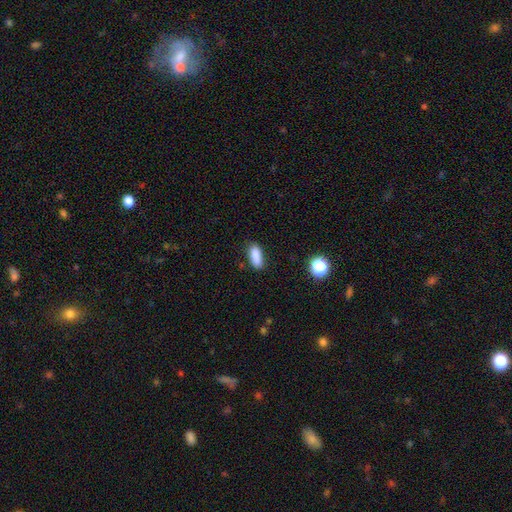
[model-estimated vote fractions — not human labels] Overall: smooth (87%). How rounded: in between (77%). Merging: none (83%).